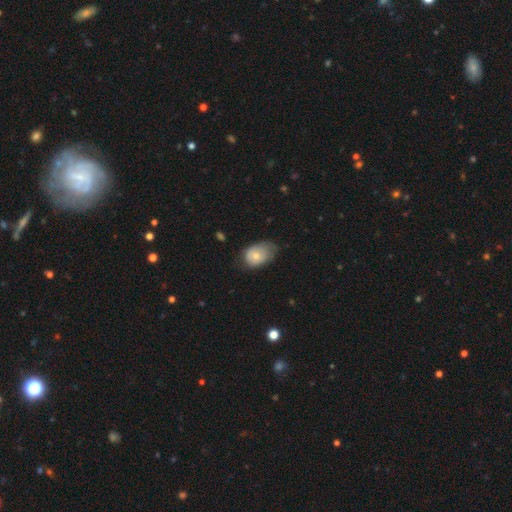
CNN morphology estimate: Q: Smooth or featured?
A: smooth (69%); runner-up: featured or disk (24%)
Q: How rounded?
A: in between (77%); runner-up: round (21%)
Q: Merging?
A: minor disturbance (43%); runner-up: none (39%)